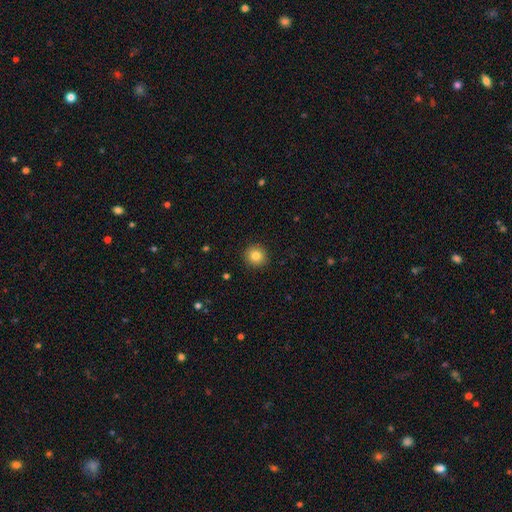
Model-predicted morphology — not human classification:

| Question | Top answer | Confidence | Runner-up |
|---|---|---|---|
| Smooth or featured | smooth | 83% | star or artifact (10%) |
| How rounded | round | 93% | in between (6%) |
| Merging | none | 92% | minor disturbance (5%) |